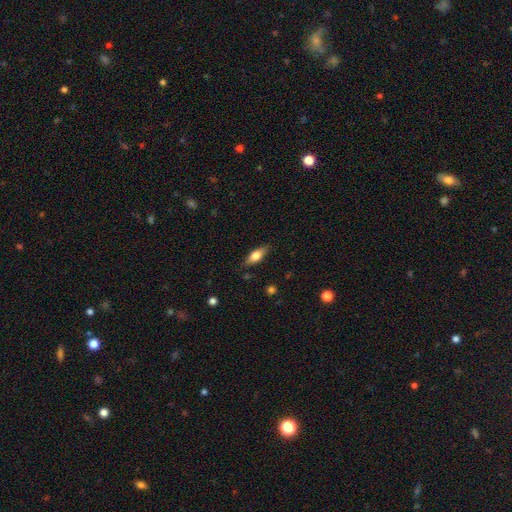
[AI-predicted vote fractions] Smooth or featured? smooth (60%)
How rounded? in between (67%)
Merging? none (82%)